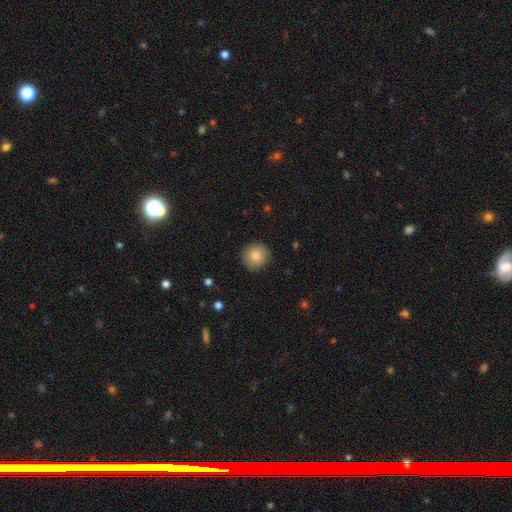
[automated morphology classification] A smooth galaxy with no disk features (86%) that is round (92%).

Vote fractions:
- Smooth or featured? smooth: 86% / star or artifact: 8% / featured or disk: 6%
- How rounded? round: 92% / in between: 7% / cigar-shaped: 1%
- Merging? none: 89% / minor disturbance: 8% / major disturbance: 2% / merger: 1%